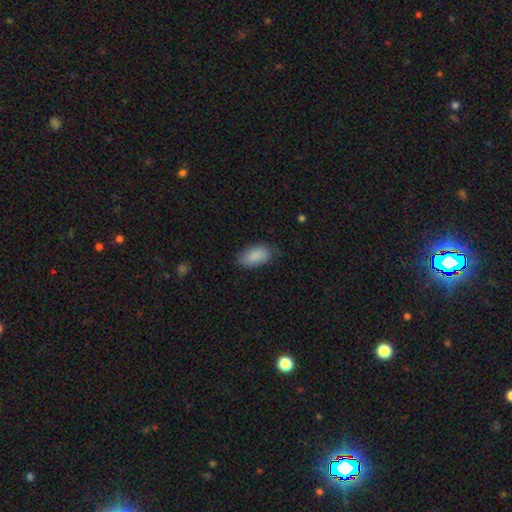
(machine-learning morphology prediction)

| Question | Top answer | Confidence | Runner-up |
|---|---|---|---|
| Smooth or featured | smooth | 89% | star or artifact (6%) |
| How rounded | in between | 93% | cigar-shaped (4%) |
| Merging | none | 74% | minor disturbance (21%) |